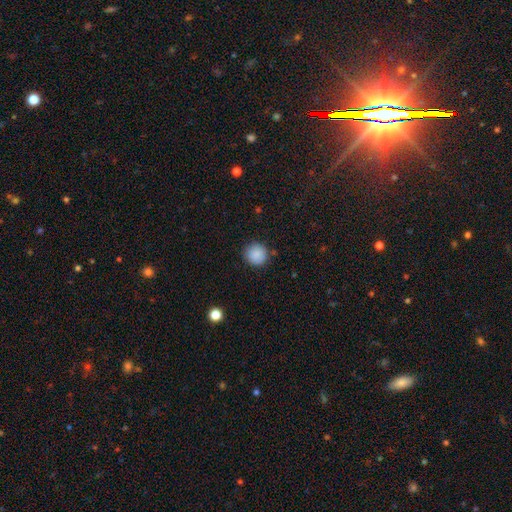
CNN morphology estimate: Overall: smooth (88%). How rounded: round (93%). Merging: none (86%).